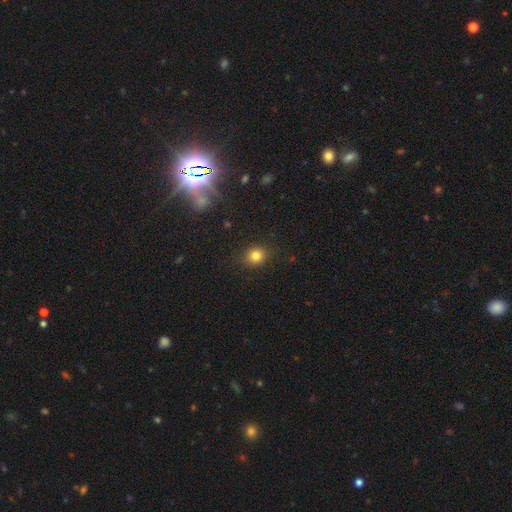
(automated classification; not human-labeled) Smooth or featured?
  - smooth: 82% *
  - star or artifact: 12%
  - featured or disk: 6%
How rounded?
  - round: 74% *
  - in between: 25%
  - cigar-shaped: 1%
Merging?
  - none: 87% *
  - minor disturbance: 9%
  - major disturbance: 3%
  - merger: 1%